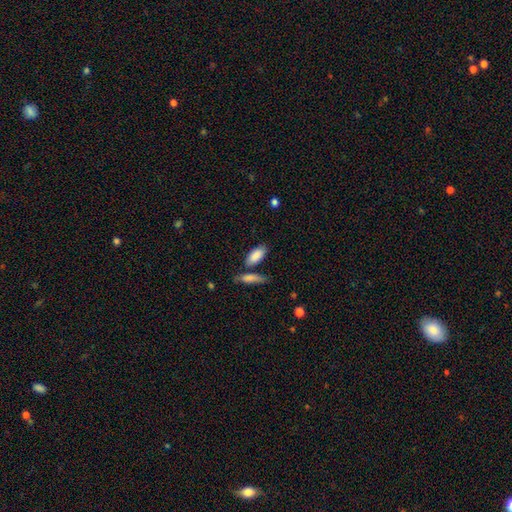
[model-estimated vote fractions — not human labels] This is clearly a smooth galaxy (87%). How rounded: clearly in between (85%). Merging: likely none (67%).